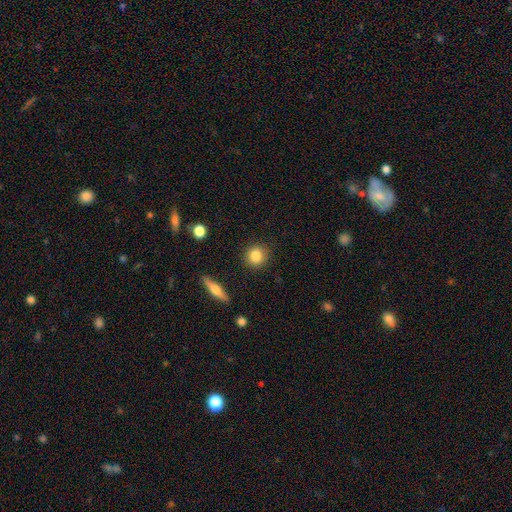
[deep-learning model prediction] Q: Smooth or featured?
A: smooth (83%); runner-up: featured or disk (8%)
Q: How rounded?
A: round (89%); runner-up: in between (9%)
Q: Merging?
A: none (90%); runner-up: minor disturbance (6%)